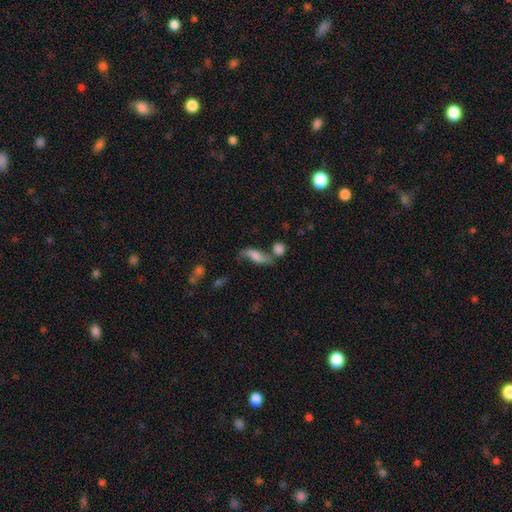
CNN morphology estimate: This is possibly a featured or disk galaxy (48%). Merging: possibly none (48%).